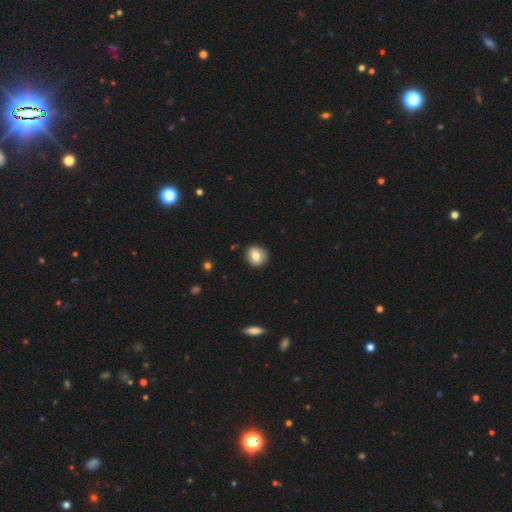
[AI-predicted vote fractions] This is clearly a smooth galaxy (81%). How rounded: likely round (78%). Merging: clearly none (87%).